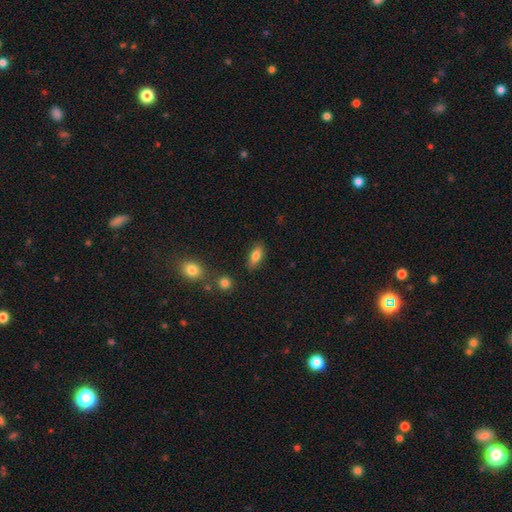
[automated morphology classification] Q: Smooth or featured?
A: smooth (76%); runner-up: featured or disk (15%)
Q: How rounded?
A: in between (79%); runner-up: cigar-shaped (16%)
Q: Merging?
A: none (83%); runner-up: minor disturbance (11%)